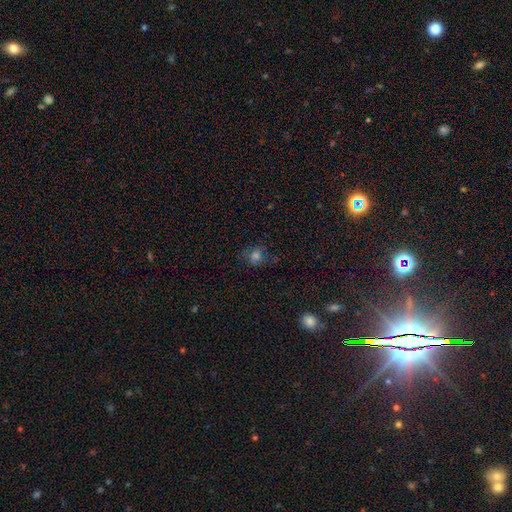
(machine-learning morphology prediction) A smooth galaxy with no disk features (61%) that is round (74%).

Vote fractions:
- Smooth or featured? smooth: 61% / star or artifact: 25% / featured or disk: 14%
- How rounded? round: 74% / in between: 25% / cigar-shaped: 1%
- Merging? none: 69% / minor disturbance: 19% / major disturbance: 9% / merger: 3%